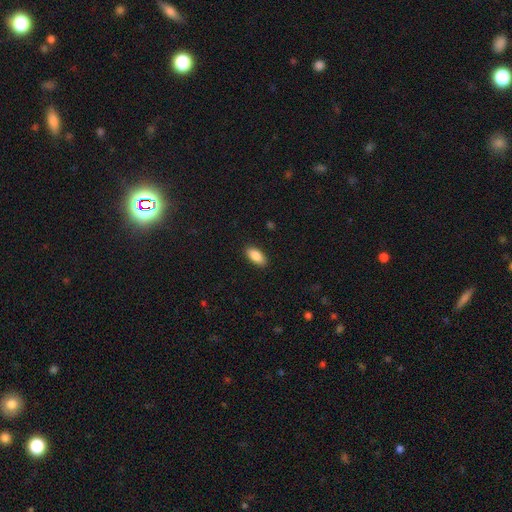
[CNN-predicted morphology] This is clearly a smooth galaxy (88%). How rounded: clearly in between (90%). Merging: clearly none (88%).